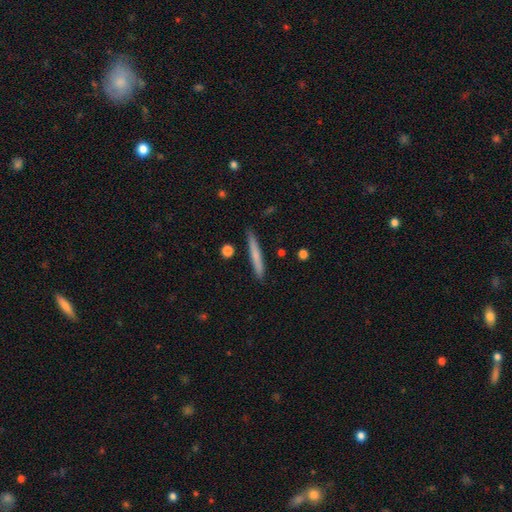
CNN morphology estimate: A smooth galaxy with no disk features (69%) that is cigar-shaped (96%).

Vote fractions:
- Smooth or featured? smooth: 69% / featured or disk: 25% / star or artifact: 6%
- How rounded? cigar-shaped: 96% / in between: 3% / round: 1%
- Merging? none: 88% / minor disturbance: 8% / merger: 2% / major disturbance: 2%